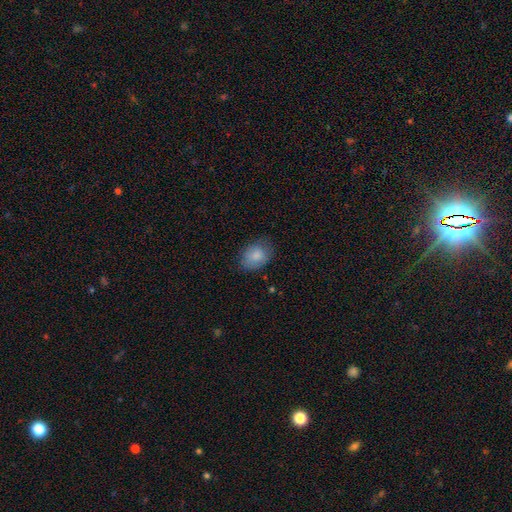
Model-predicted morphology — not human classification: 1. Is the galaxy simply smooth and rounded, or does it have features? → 85% smooth, 8% featured or disk, 7% star or artifact.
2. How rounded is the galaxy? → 70% in between, 29% round, 1% cigar-shaped.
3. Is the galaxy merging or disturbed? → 73% none, 21% minor disturbance, 5% major disturbance, 1% merger.